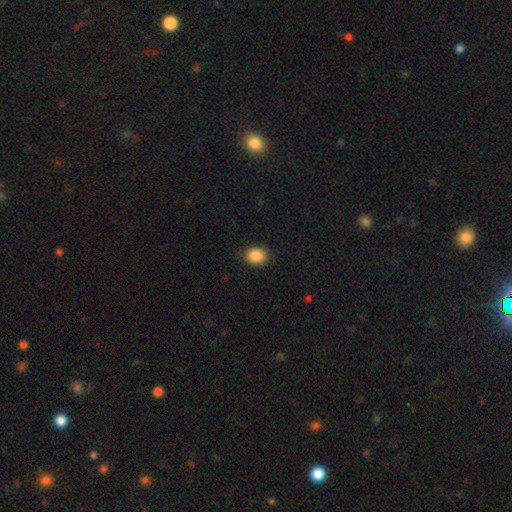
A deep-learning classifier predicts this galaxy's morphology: Smooth or featured?
  - smooth: 88% *
  - star or artifact: 9%
  - featured or disk: 4%
How rounded?
  - round: 51% *
  - in between: 48%
  - cigar-shaped: 1%
Merging?
  - none: 87% *
  - minor disturbance: 9%
  - major disturbance: 2%
  - merger: 1%